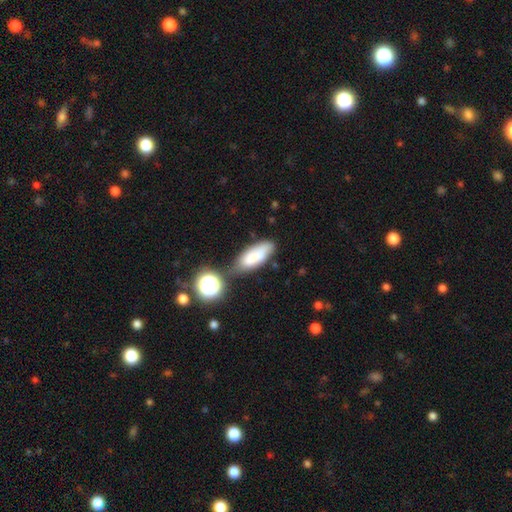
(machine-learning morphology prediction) Smooth or featured: smooth — 73% (featured or disk — 17%)
How rounded: in between — 73% (cigar-shaped — 23%)
Merging: none — 48% (minor disturbance — 24%)